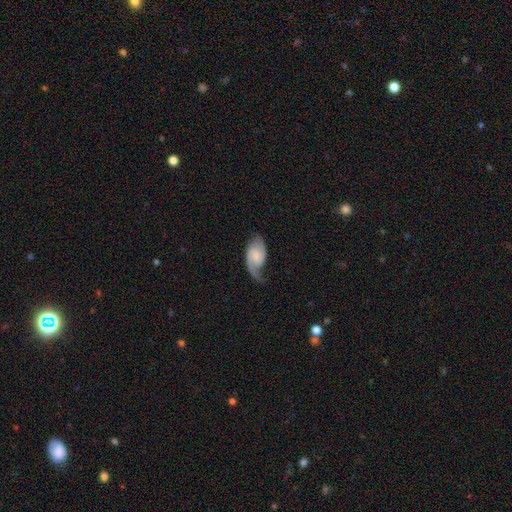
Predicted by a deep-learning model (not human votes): A featured or disk galaxy (73%) with no bar (58%), 2 (65%) loose (41%) spiral arms (95%) and a small central bulge (38%). Merging: none (49%).